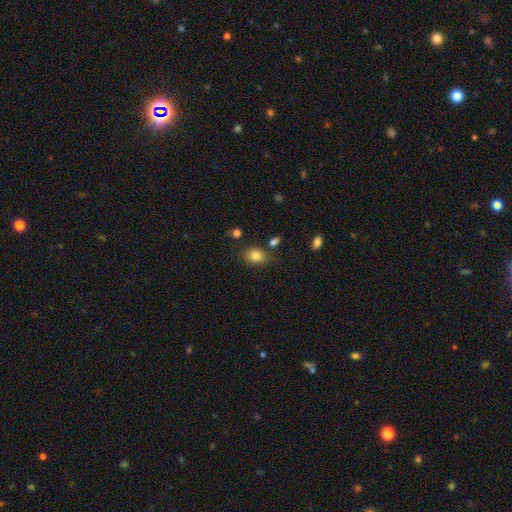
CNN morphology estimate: Overall: smooth (82%). How rounded: in between (70%). Merging: none (79%).